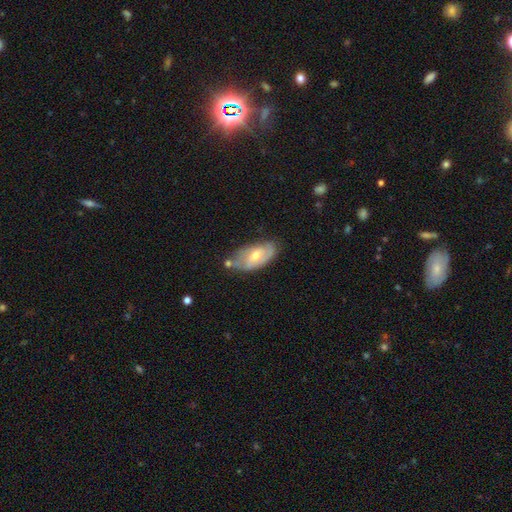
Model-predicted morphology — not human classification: type=featured or disk (59%); edge-on=no (89%); bar=no (52%); spiral arms=yes (69%); bulge=moderate (63%); merging=none (58%).